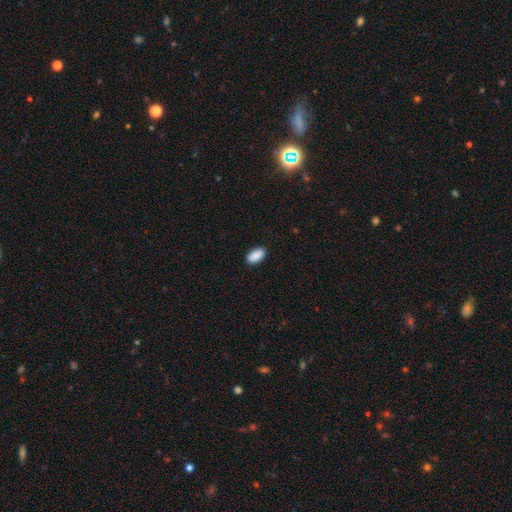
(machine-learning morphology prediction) Smooth or featured: smooth — 90% (star or artifact — 7%)
How rounded: in between — 94% (round — 3%)
Merging: none — 88% (minor disturbance — 9%)